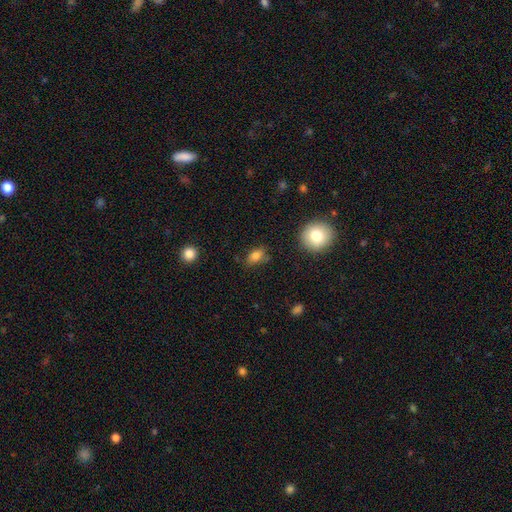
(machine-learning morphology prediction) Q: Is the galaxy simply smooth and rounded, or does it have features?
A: smooth — 81%.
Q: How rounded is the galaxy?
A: in between — 80%.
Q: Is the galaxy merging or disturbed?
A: none — 70%.